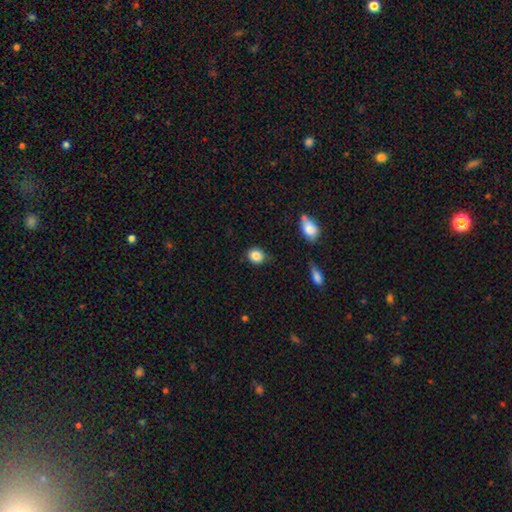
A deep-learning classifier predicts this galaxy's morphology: A smooth galaxy with no disk features (86%) that is round (70%). Merging: none (76%).